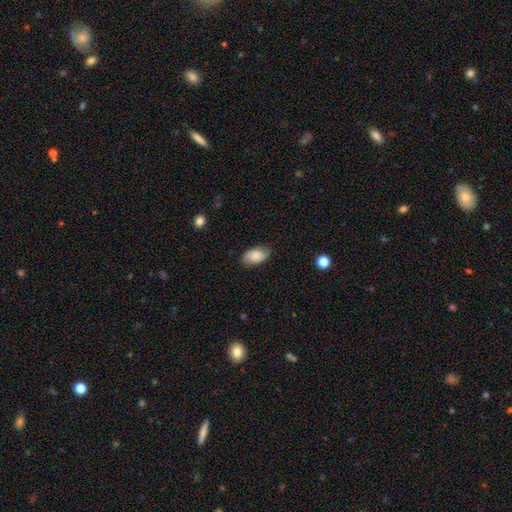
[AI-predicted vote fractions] Smooth or featured? Predicted: smooth (p=0.79). How rounded? Predicted: in between (p=0.94). Merging? Predicted: none (p=0.80).